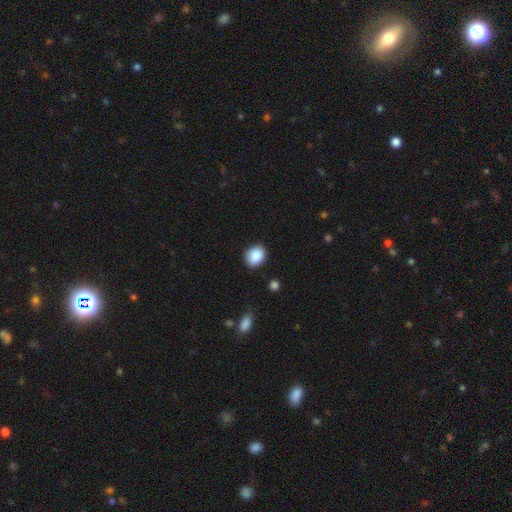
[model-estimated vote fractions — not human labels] Smooth or featured?
  - smooth: 89% *
  - star or artifact: 8%
  - featured or disk: 4%
How rounded?
  - round: 51% *
  - in between: 48%
  - cigar-shaped: 1%
Merging?
  - none: 86% *
  - minor disturbance: 10%
  - major disturbance: 2%
  - merger: 2%